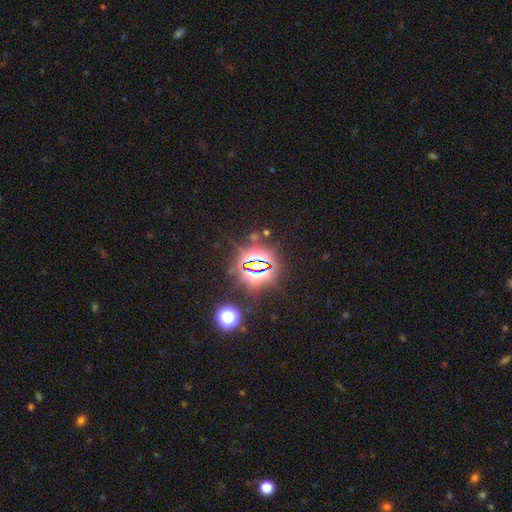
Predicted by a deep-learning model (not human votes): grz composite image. It shows a star or artifact, not a galaxy (81%).